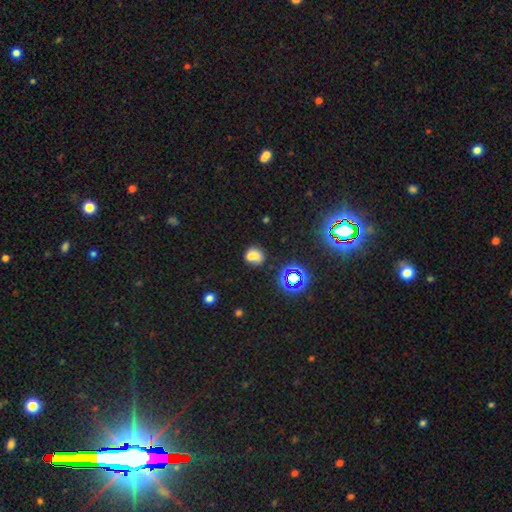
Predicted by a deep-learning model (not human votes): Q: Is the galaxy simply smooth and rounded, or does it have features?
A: smooth — 66%.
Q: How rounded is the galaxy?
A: round — 65%.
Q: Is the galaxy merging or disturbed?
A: none — 55%.